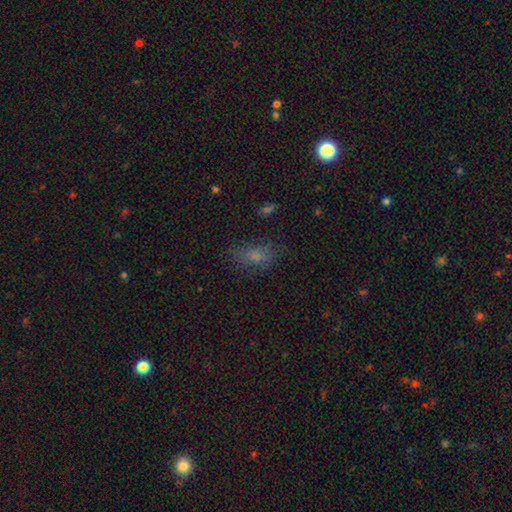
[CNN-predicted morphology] A smooth galaxy with no disk features (66%) that is in between round and cigar-shaped (83%). Merging: none (69%).